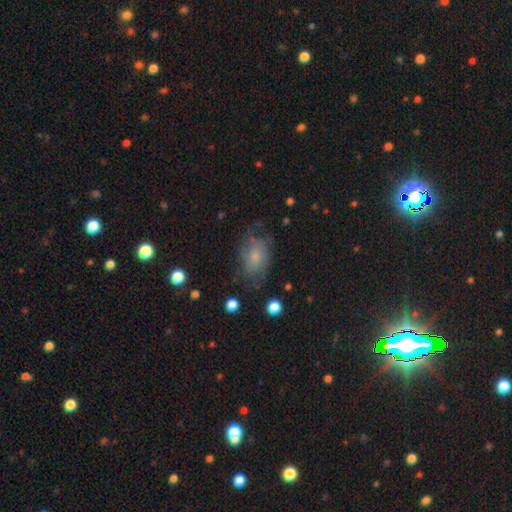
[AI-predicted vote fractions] Smooth or featured? smooth (49%)
Merging? none (59%)